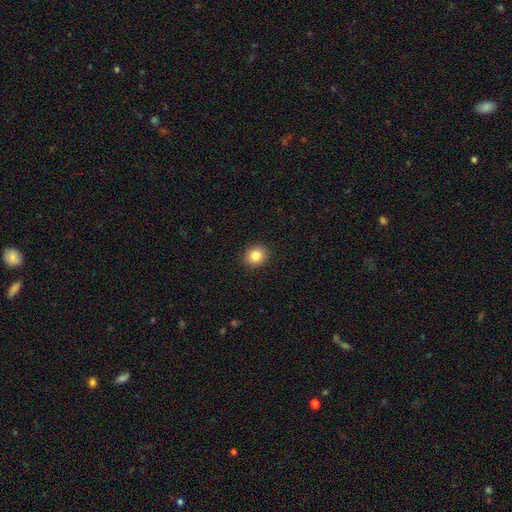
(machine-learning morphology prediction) Q: Smooth or featured?
A: smooth (84%); runner-up: star or artifact (10%)
Q: How rounded?
A: round (75%); runner-up: in between (24%)
Q: Merging?
A: none (92%); runner-up: minor disturbance (6%)